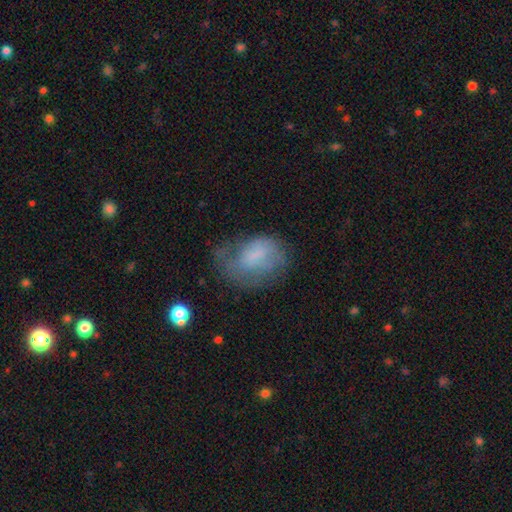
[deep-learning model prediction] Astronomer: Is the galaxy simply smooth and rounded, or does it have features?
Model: smooth — 54% (runner-up: featured or disk, 36%).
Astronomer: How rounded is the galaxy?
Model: in between — 75%.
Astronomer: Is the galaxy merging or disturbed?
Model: none — 39% (runner-up: minor disturbance, 30%).